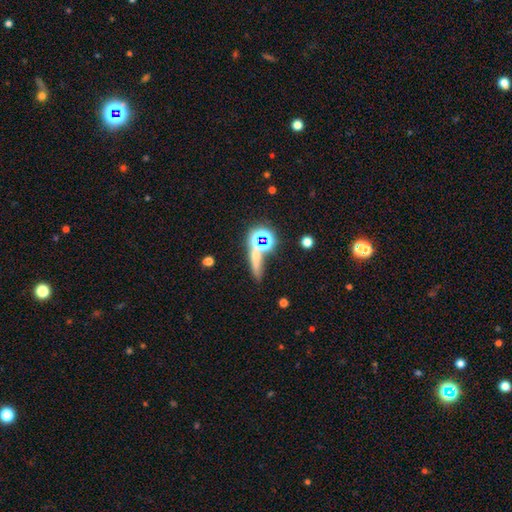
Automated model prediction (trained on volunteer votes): Q: Smooth or featured?
A: smooth (46%); runner-up: star or artifact (31%)
Q: Merging?
A: none (63%); runner-up: merger (17%)